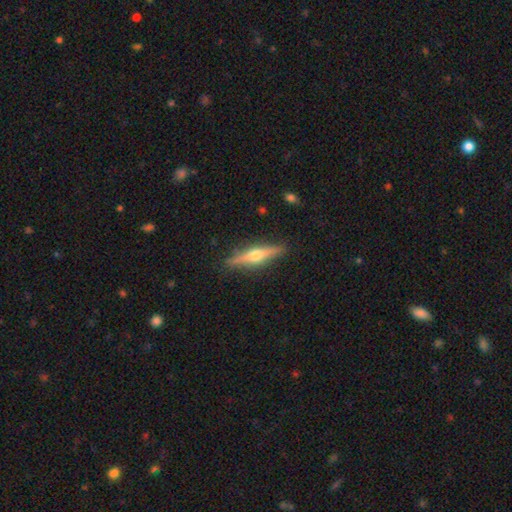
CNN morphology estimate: Smooth or featured?
  - featured or disk: 68% *
  - smooth: 26%
  - star or artifact: 6%
Edge-on disk?
  - yes: 97% *
  - no: 3%
Edge-on bulge?
  - rounded: 94% *
  - none: 3%
  - boxy: 3%
Merging?
  - none: 89% *
  - minor disturbance: 8%
  - major disturbance: 2%
  - merger: 1%